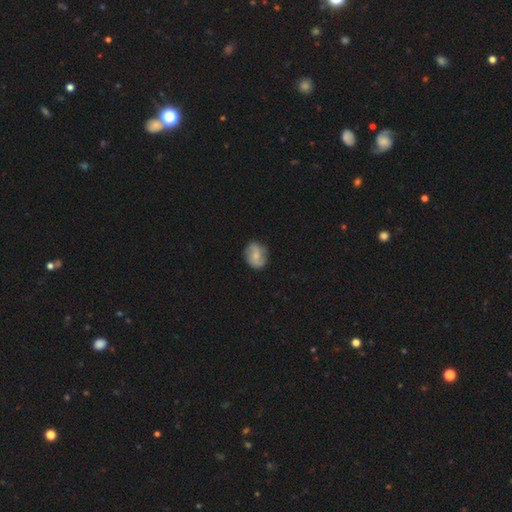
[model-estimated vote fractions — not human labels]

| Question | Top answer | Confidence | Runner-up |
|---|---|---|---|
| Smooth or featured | featured or disk | 55% | smooth (38%) |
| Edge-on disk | no | 97% | yes (3%) |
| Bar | no | 46% | weak (43%) |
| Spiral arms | yes | 88% | no (12%) |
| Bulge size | small | 54% | moderate (35%) |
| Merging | none | 83% | minor disturbance (13%) |